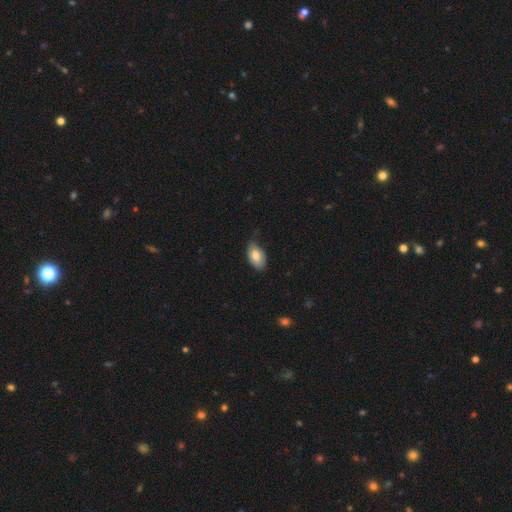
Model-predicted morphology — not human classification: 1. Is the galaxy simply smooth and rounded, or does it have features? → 76% smooth, 17% featured or disk, 7% star or artifact.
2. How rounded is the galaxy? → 94% in between, 4% round, 2% cigar-shaped.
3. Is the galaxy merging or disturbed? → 67% none, 28% minor disturbance, 4% major disturbance, 1% merger.